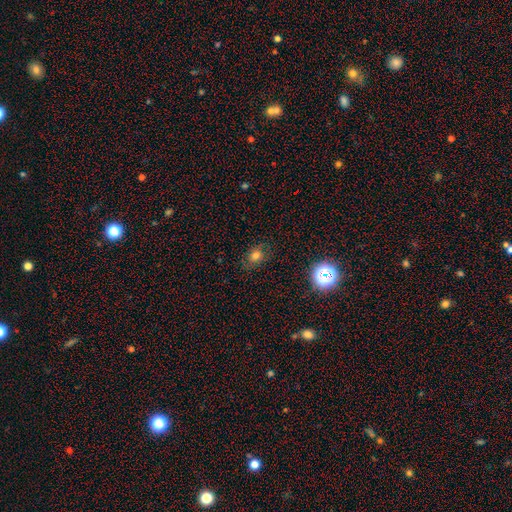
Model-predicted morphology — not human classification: smooth_or_featured: smooth (p=0.71) [alt: star or artifact p=0.18]
how_rounded: in between (p=0.62) [alt: round p=0.36]
merging: none (p=0.79) [alt: minor disturbance p=0.15]